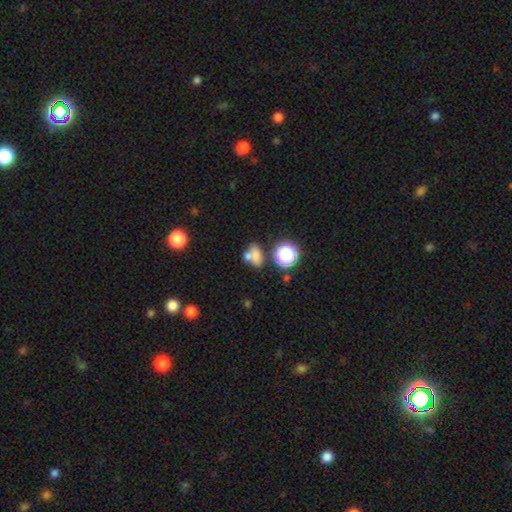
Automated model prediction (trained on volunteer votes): Q: Smooth or featured?
A: smooth (67%); runner-up: star or artifact (18%)
Q: How rounded?
A: in between (59%); runner-up: round (38%)
Q: Merging?
A: merger (48%); runner-up: none (33%)